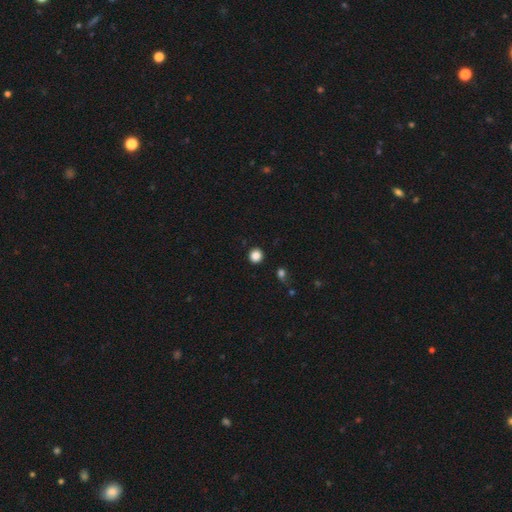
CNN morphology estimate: Smooth or featured?
  - smooth: 86% *
  - star or artifact: 11%
  - featured or disk: 3%
How rounded?
  - round: 92% *
  - in between: 7%
  - cigar-shaped: 1%
Merging?
  - none: 92% *
  - minor disturbance: 4%
  - major disturbance: 2%
  - merger: 2%